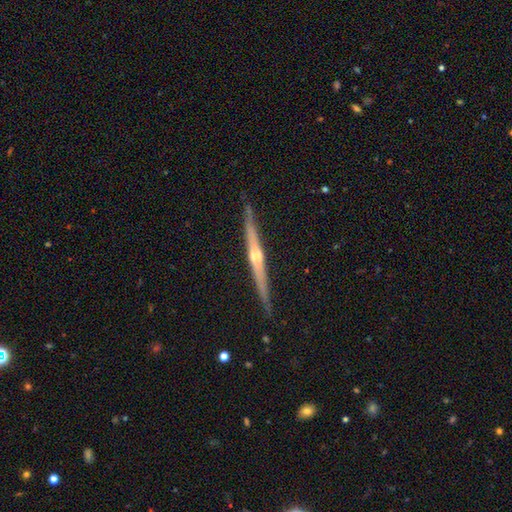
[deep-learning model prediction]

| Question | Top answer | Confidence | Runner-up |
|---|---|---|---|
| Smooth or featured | featured or disk | 81% | smooth (13%) |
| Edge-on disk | yes | 98% | no (2%) |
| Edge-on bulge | rounded | 82% | none (12%) |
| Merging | none | 89% | minor disturbance (8%) |